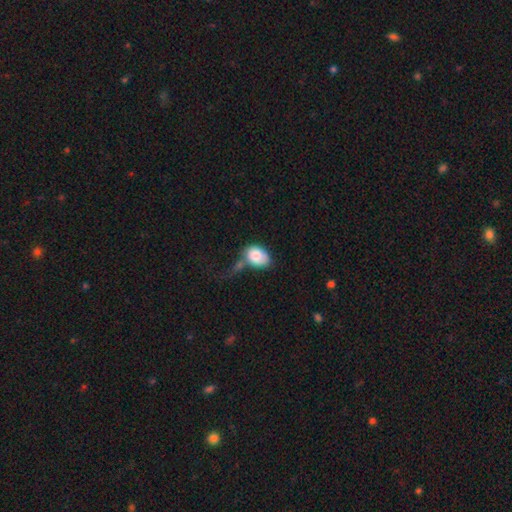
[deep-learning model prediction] Smooth or featured? smooth (80%)
How rounded? in between (75%)
Merging? none (29%)